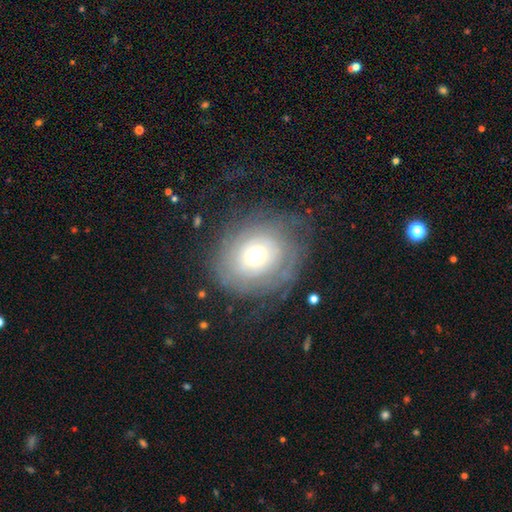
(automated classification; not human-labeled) Overall: featured or disk (54%; smooth 34%). Edge-on disk: no (96%). Bar: no (82%). Spiral arms: yes (71%). Bulge size: moderate (47%; small 39%). Merging: none (69%).